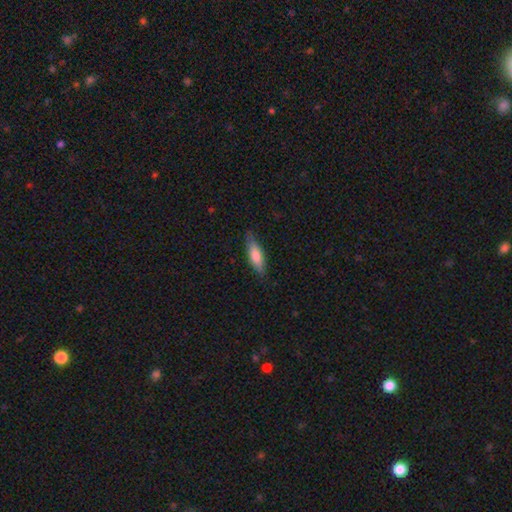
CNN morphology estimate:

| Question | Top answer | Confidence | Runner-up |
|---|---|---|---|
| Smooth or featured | smooth | 77% | featured or disk (18%) |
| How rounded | cigar-shaped | 53% | in between (45%) |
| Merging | none | 80% | minor disturbance (16%) |